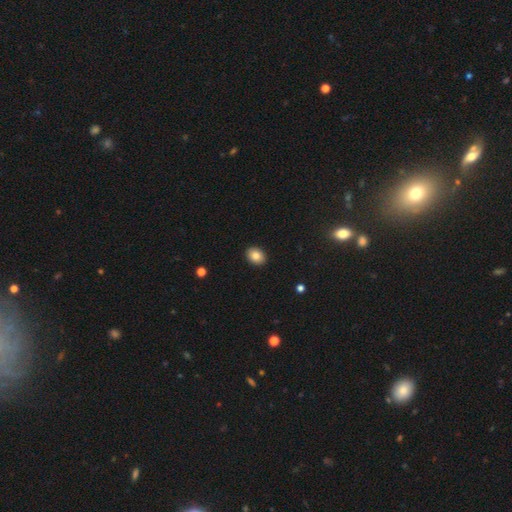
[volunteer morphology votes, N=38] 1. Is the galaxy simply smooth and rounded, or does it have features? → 92% smooth, 5% featured or disk, 3% star or artifact.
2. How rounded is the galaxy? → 57% in between, 43% round, 0% cigar-shaped.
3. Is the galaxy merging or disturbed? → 95% none, 5% minor disturbance, 0% major disturbance, 0% merger.